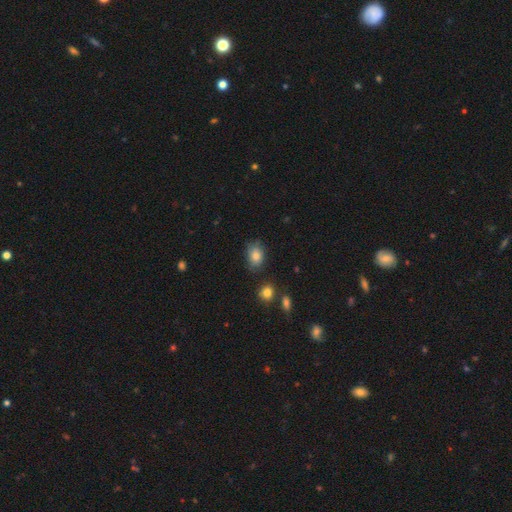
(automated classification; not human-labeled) smooth 81%, featured or disk 10%, star or artifact 9%. Down the decision tree: how rounded — in between (75%); merging — none (73%).